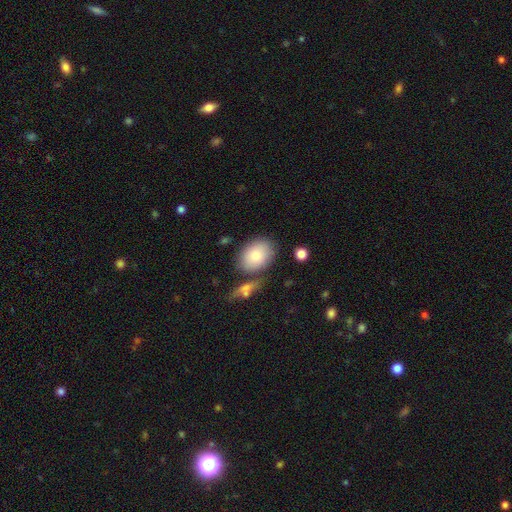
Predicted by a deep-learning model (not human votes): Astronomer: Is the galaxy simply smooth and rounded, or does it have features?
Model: smooth — 81%.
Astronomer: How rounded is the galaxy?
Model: in between — 73%.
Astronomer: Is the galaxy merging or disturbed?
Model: none — 71%.